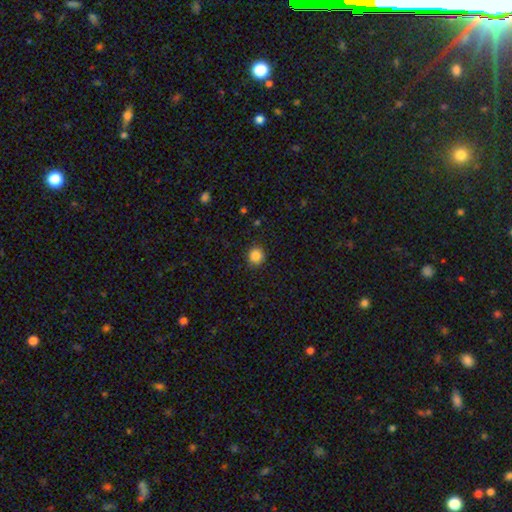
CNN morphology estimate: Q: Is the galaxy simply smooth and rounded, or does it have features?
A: smooth — 86%.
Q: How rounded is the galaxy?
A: round — 92%.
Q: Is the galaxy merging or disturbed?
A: none — 91%.